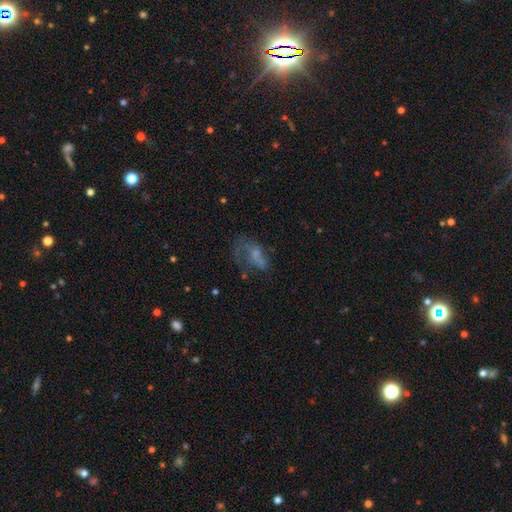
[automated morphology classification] This is possibly a featured or disk galaxy (46%). Merging: marginally major disturbance (41%).